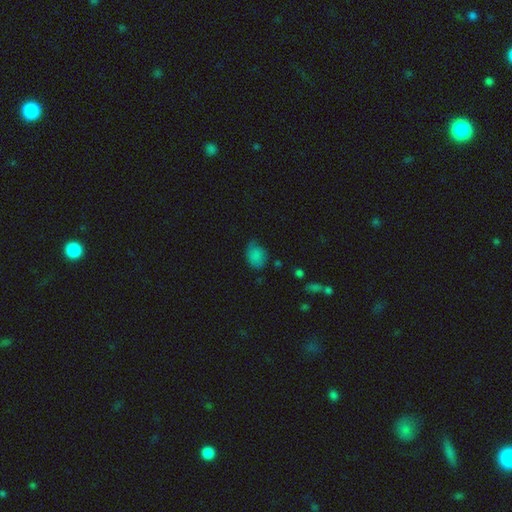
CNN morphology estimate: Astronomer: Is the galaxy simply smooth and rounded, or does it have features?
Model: smooth — 80%.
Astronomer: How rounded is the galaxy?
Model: in between — 73%.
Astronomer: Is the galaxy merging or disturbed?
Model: none — 55% (runner-up: minor disturbance, 34%).